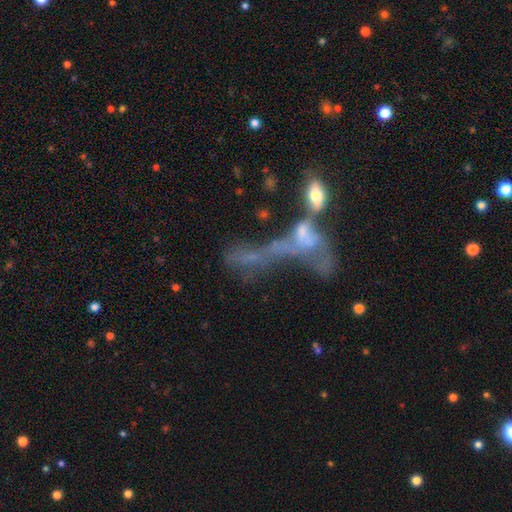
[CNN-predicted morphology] A featured or disk galaxy (49%).

Vote fractions:
- Smooth or featured? featured or disk: 49% / smooth: 28% / star or artifact: 23%
- Merging? merger: 55% / major disturbance: 24% / none: 13% / minor disturbance: 7%